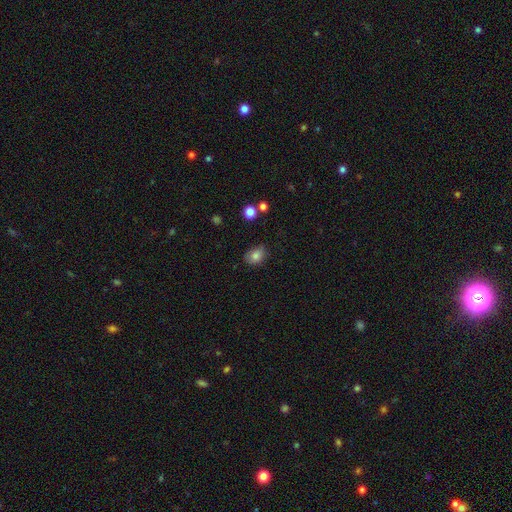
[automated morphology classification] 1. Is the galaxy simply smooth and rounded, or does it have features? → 80% smooth, 11% star or artifact, 9% featured or disk.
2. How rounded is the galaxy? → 65% in between, 34% round, 1% cigar-shaped.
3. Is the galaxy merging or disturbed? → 68% none, 25% minor disturbance, 5% major disturbance, 2% merger.